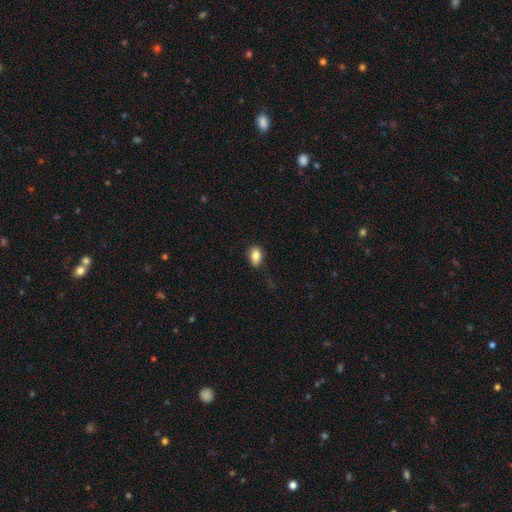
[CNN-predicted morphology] smooth-or-featured: smooth: 82% | featured or disk: 9% | star or artifact: 9%
  how-rounded: in between: 82% | round: 15% | cigar-shaped: 2%
  merging: none: 80% | minor disturbance: 16% | major disturbance: 3% | merger: 1%